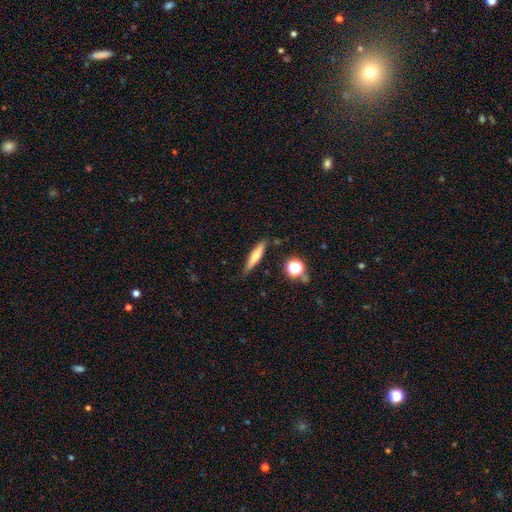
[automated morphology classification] Smooth or featured? smooth (58%)
How rounded? cigar-shaped (81%)
Merging? none (82%)